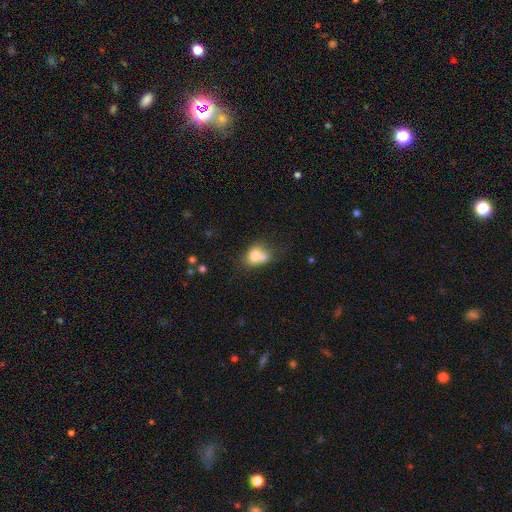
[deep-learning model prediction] Smooth or featured? Predicted: smooth (p=0.70). How rounded? Predicted: in between (p=0.56). Merging? Predicted: merger (p=0.45).